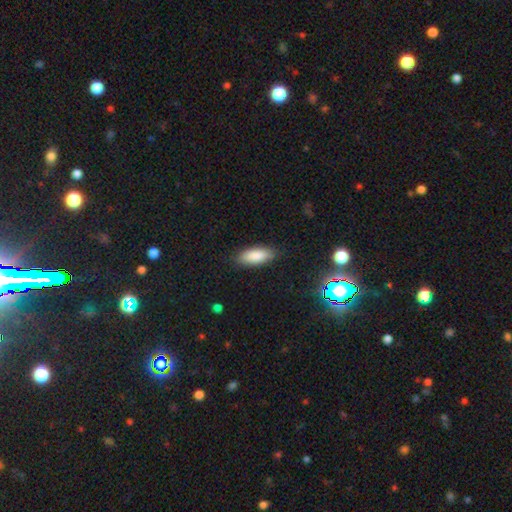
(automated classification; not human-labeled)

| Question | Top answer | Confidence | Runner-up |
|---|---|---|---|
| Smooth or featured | smooth | 86% | star or artifact (7%) |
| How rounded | in between | 79% | cigar-shaped (19%) |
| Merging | none | 84% | minor disturbance (12%) |